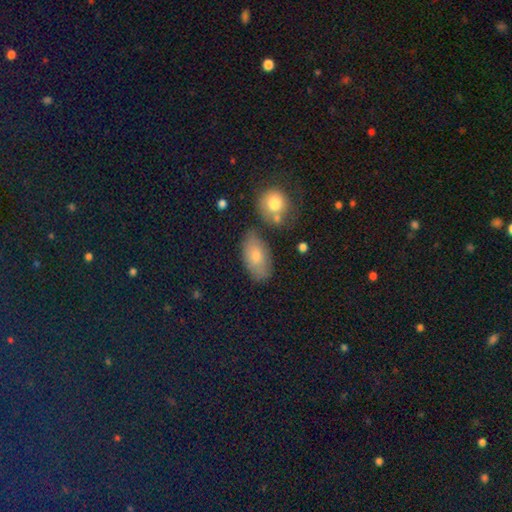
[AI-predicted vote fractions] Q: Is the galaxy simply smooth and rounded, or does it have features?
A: smooth — 69%.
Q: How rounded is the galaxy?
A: in between — 89%.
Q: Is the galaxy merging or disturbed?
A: none — 72%.